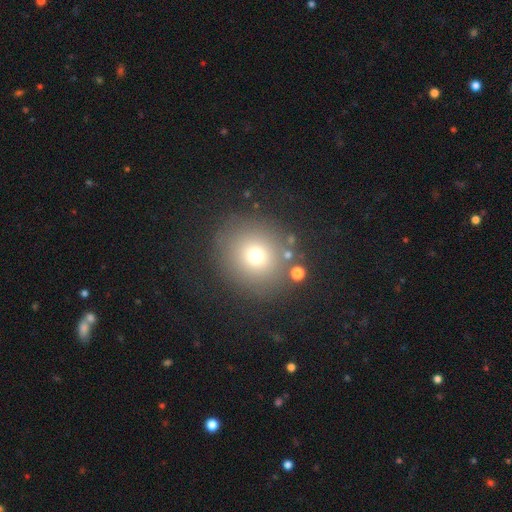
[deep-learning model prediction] smooth_or_featured: smooth (p=0.70) [alt: star or artifact p=0.18]
how_rounded: round (p=0.86) [alt: in between p=0.13]
merging: none (p=0.82) [alt: minor disturbance p=0.09]